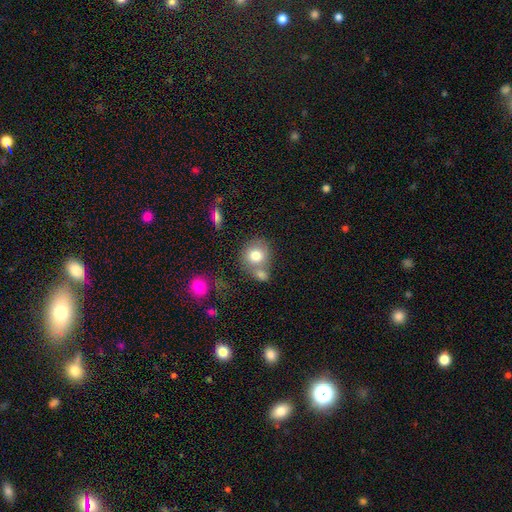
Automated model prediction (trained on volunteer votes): A smooth galaxy with no disk features (78%) that is round (79%). Merging: none (47%).